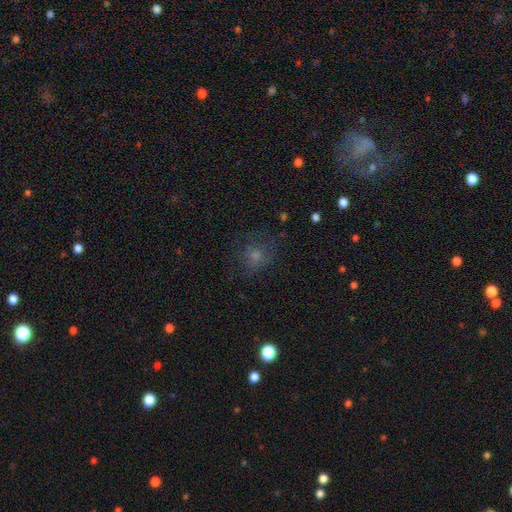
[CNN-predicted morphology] Overall: smooth (66%). How rounded: round (78%). Merging: none (67%).